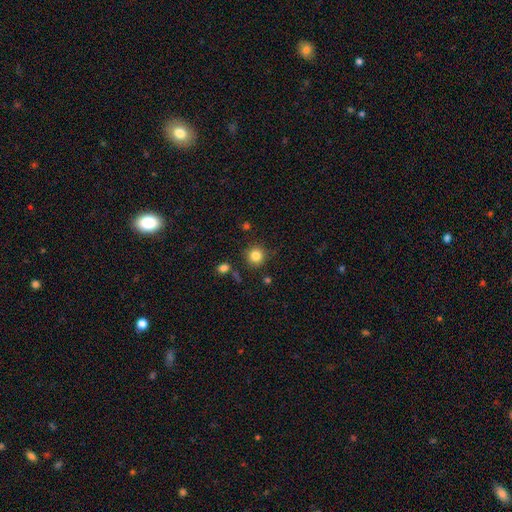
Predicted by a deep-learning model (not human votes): This is clearly a smooth galaxy (84%). How rounded: clearly round (93%). Merging: clearly none (85%).